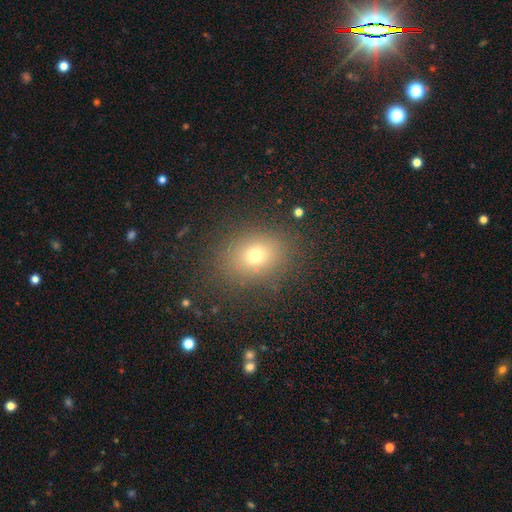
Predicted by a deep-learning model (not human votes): Smooth or featured? smooth (71%)
How rounded? round (50%)
Merging? none (85%)